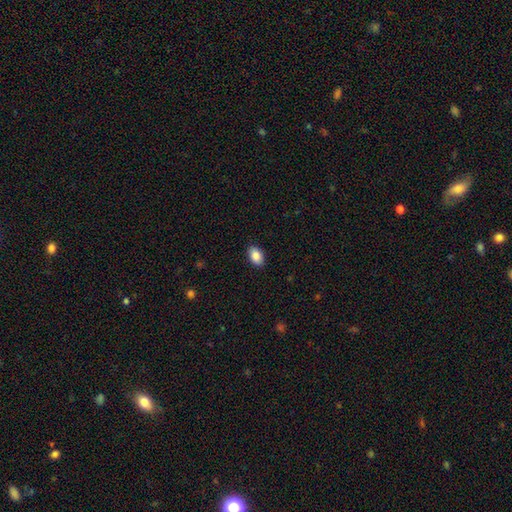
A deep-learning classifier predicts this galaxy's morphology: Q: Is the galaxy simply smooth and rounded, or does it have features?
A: smooth — 88%.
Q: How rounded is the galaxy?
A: in between — 91%.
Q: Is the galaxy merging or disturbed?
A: none — 90%.